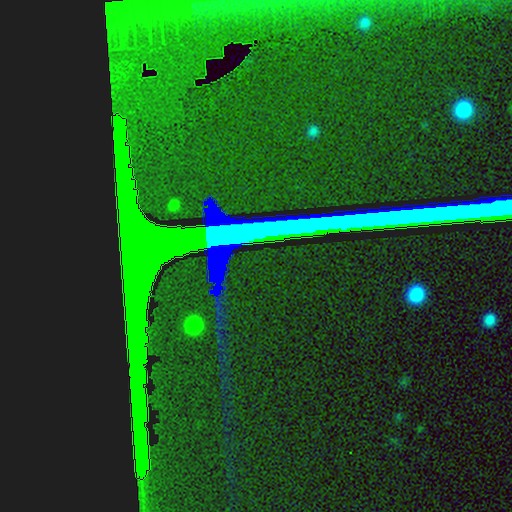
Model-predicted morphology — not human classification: type=star or artifact (87%).